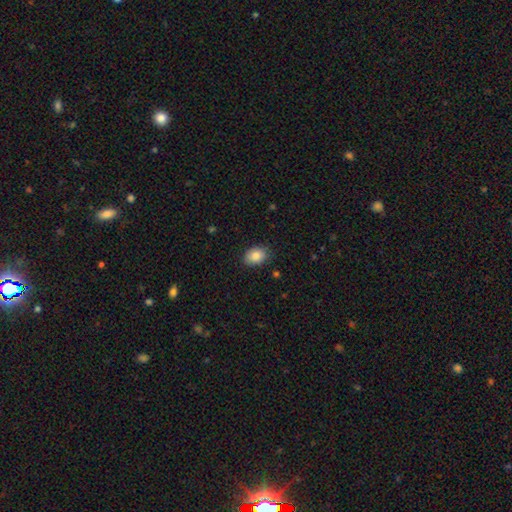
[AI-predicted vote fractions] smooth_or_featured: smooth (p=0.85) [alt: star or artifact p=0.08]
how_rounded: in between (p=0.79) [alt: round p=0.20]
merging: none (p=0.86) [alt: minor disturbance p=0.11]